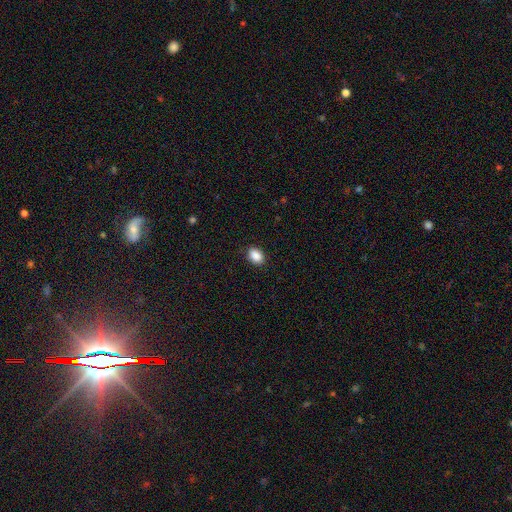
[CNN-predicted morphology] This appears to be a smooth galaxy with no disk features (89%) that is in between round and cigar-shaped (80%). Merging: none (88%).